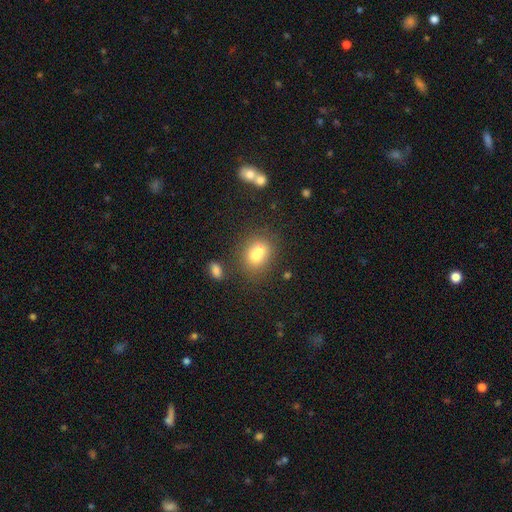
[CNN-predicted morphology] smooth_or_featured: smooth (p=0.68) [alt: featured or disk p=0.20]
how_rounded: in between (p=0.51) [alt: round p=0.48]
merging: merger (p=0.50) [alt: none p=0.35]